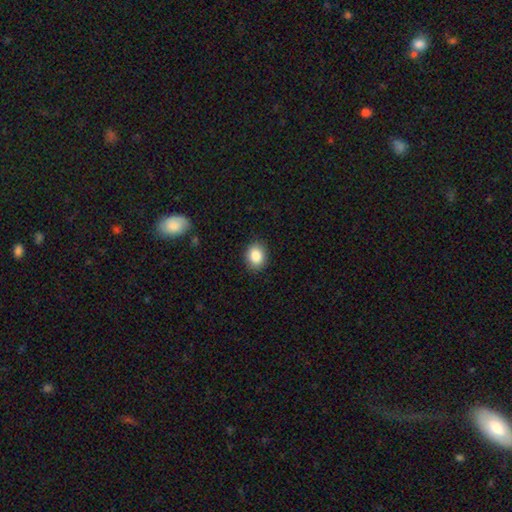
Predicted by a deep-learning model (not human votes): The model was most divided on "how rounded": round: 50%, in between: 49%, cigar-shaped: 1%. More confident: merging — none (89%); smooth or featured — smooth (86%).